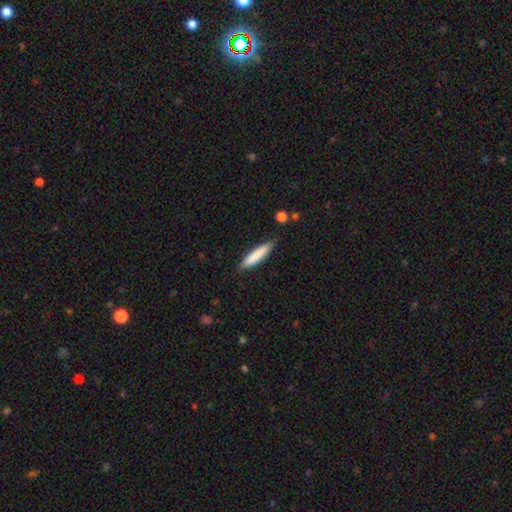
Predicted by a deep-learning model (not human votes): Smooth or featured?
  - smooth: 80% *
  - featured or disk: 14%
  - star or artifact: 6%
How rounded?
  - cigar-shaped: 85% *
  - in between: 13%
  - round: 1%
Merging?
  - none: 84% *
  - minor disturbance: 13%
  - major disturbance: 2%
  - merger: 2%